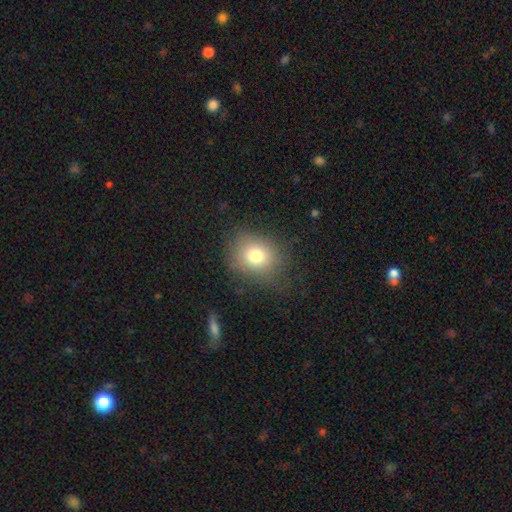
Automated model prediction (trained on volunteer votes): Smooth or featured: smooth — 76% (star or artifact — 13%)
How rounded: round — 66% (in between — 33%)
Merging: none — 75% (minor disturbance — 15%)